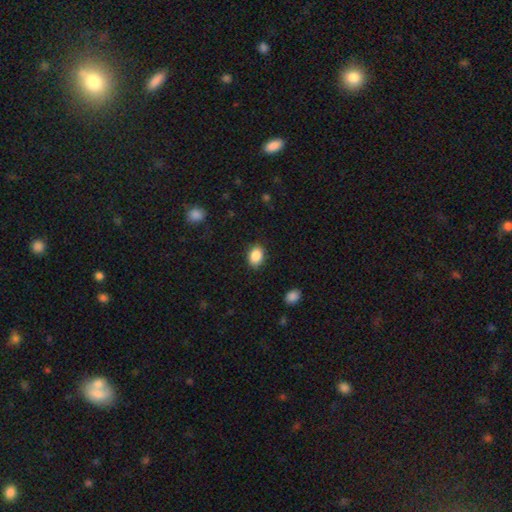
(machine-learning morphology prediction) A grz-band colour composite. It shows a smooth galaxy with no disk features (88%) that is in between round and cigar-shaped (74%). Merging: none (87%).